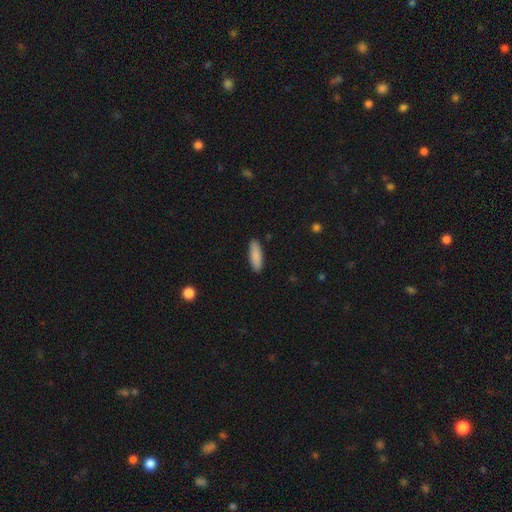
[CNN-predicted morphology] Smooth or featured: smooth — 88% (featured or disk — 6%)
How rounded: in between — 52% (cigar-shaped — 47%)
Merging: none — 90% (minor disturbance — 8%)